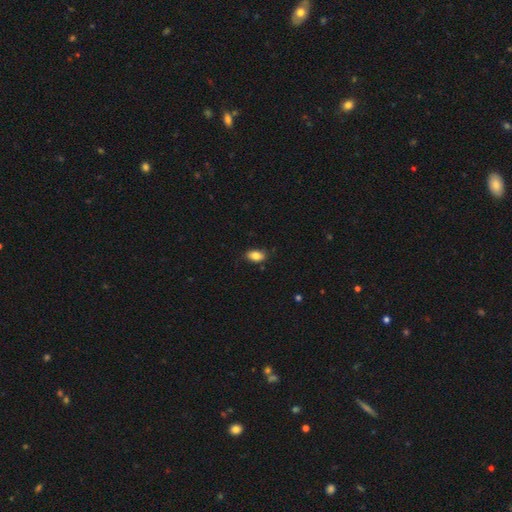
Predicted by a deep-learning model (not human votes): A smooth galaxy with no disk features (84%) that is in between round and cigar-shaped (90%).

Vote fractions:
- Smooth or featured? smooth: 84% / star or artifact: 8% / featured or disk: 8%
- How rounded? in between: 90% / round: 8% / cigar-shaped: 2%
- Merging? none: 83% / minor disturbance: 13% / major disturbance: 2% / merger: 1%